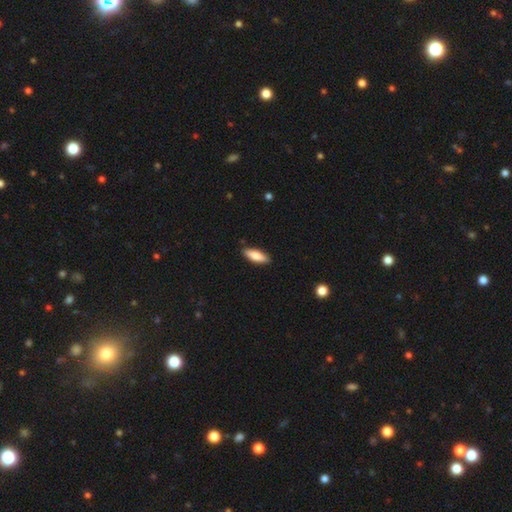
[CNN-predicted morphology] This is likely a smooth galaxy (79%). How rounded: possibly in between (60%). Merging: clearly none (89%).